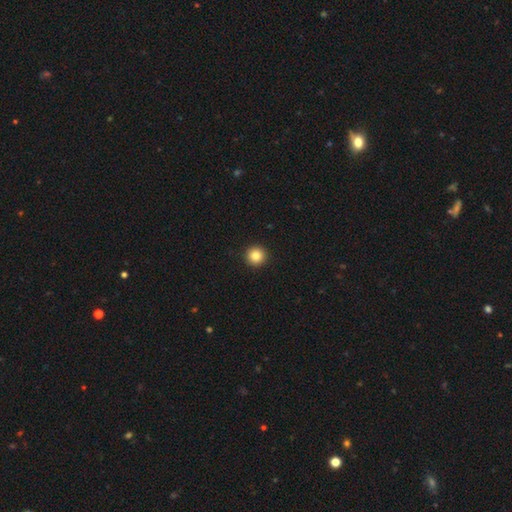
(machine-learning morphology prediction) smooth_or_featured: smooth (p=0.85) [alt: star or artifact p=0.10]
how_rounded: round (p=0.96) [alt: in between p=0.03]
merging: none (p=0.94) [alt: minor disturbance p=0.04]